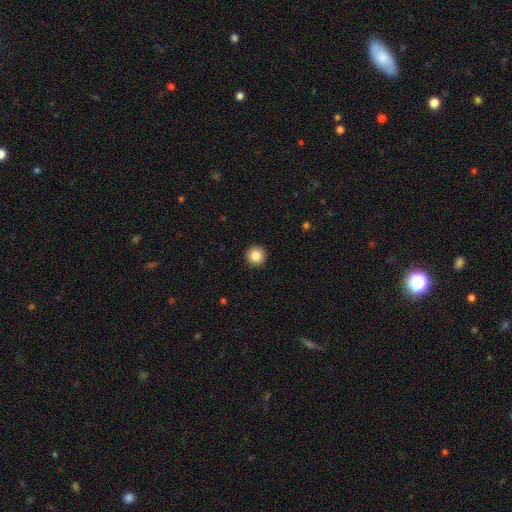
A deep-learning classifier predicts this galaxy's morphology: Smooth or featured? Predicted: smooth (p=0.87). How rounded? Predicted: round (p=0.96). Merging? Predicted: none (p=0.93).